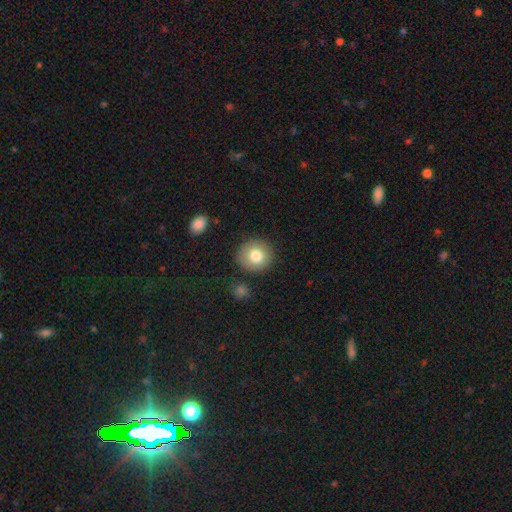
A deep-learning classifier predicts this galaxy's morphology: Q: Smooth or featured?
A: smooth (79%); runner-up: featured or disk (12%)
Q: How rounded?
A: round (90%); runner-up: in between (9%)
Q: Merging?
A: none (87%); runner-up: minor disturbance (8%)